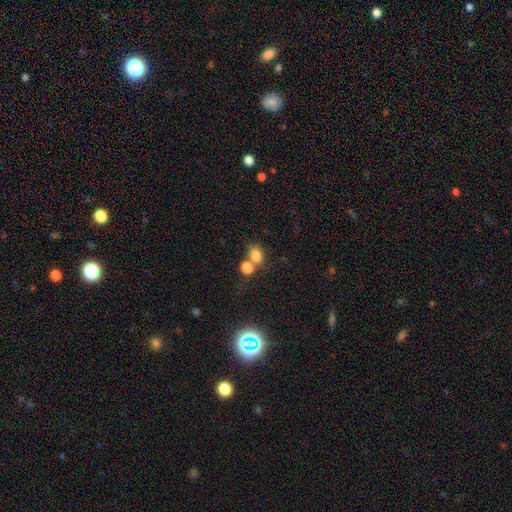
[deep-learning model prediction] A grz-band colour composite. It shows a smooth galaxy with no disk features (79%) that is in between round and cigar-shaped (54%). Merging: none (45%).